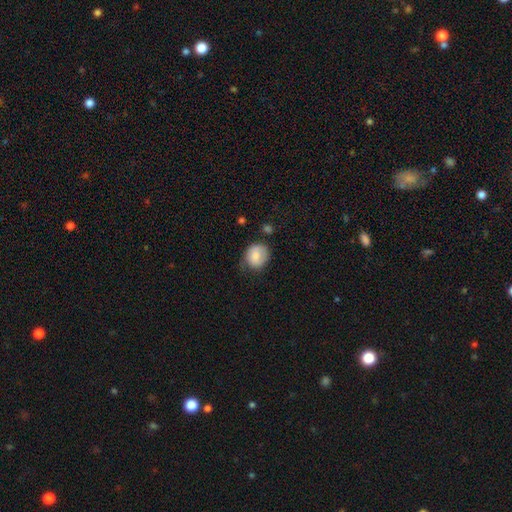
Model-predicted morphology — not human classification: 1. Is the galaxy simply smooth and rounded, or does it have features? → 78% smooth, 15% featured or disk, 7% star or artifact.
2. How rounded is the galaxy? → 70% round, 29% in between, 1% cigar-shaped.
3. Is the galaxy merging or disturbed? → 58% none, 30% minor disturbance, 9% major disturbance, 3% merger.